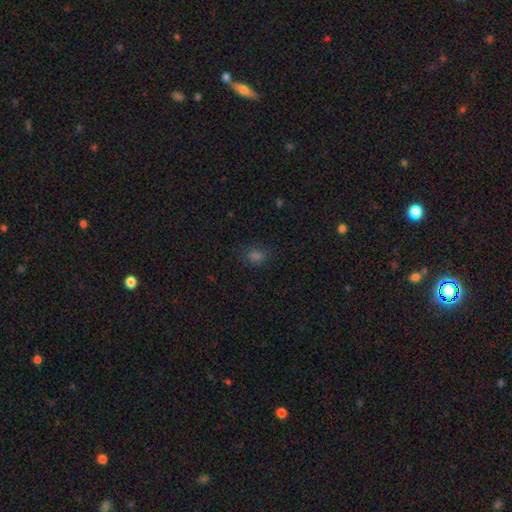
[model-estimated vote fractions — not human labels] A smooth galaxy with no disk features (71%) that is in between round and cigar-shaped (57%).

Vote fractions:
- Smooth or featured? smooth: 71% / star or artifact: 24% / featured or disk: 6%
- How rounded? in between: 57% / round: 42% / cigar-shaped: 2%
- Merging? none: 81% / minor disturbance: 13% / major disturbance: 4% / merger: 2%